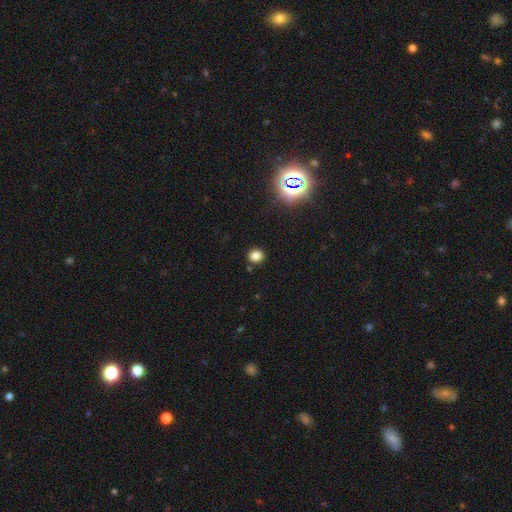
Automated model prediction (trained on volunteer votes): smooth-or-featured: smooth: 79% | star or artifact: 16% | featured or disk: 5%
  how-rounded: round: 88% | in between: 11% | cigar-shaped: 1%
  merging: none: 88% | minor disturbance: 7% | merger: 4% | major disturbance: 2%